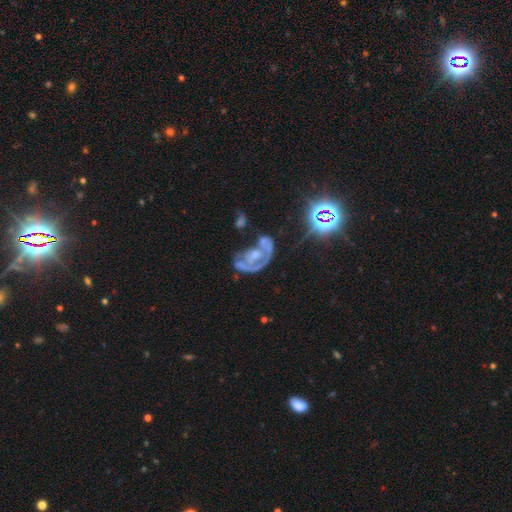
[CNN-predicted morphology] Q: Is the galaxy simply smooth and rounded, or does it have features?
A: featured or disk — 72%.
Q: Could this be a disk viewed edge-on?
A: no — 97%.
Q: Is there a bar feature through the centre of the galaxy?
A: no — 78%.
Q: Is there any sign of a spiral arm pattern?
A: yes — 61%.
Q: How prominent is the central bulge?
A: moderate — 38%.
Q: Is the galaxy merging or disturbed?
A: major disturbance — 31%, tied with none.